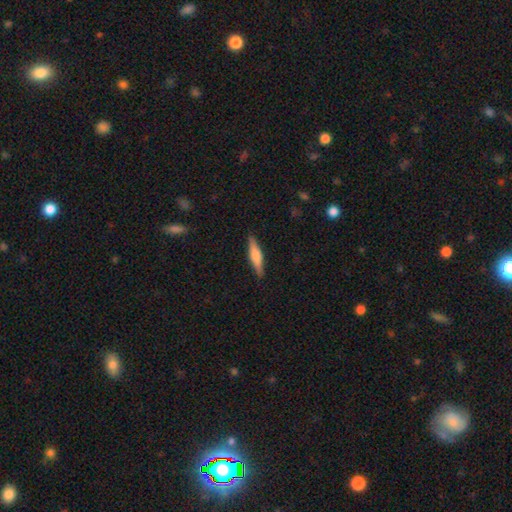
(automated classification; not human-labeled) The model was most divided on "smooth or featured": smooth: 55%, featured or disk: 39%, star or artifact: 6%. More confident: merging — none (90%); how rounded — cigar-shaped (82%).